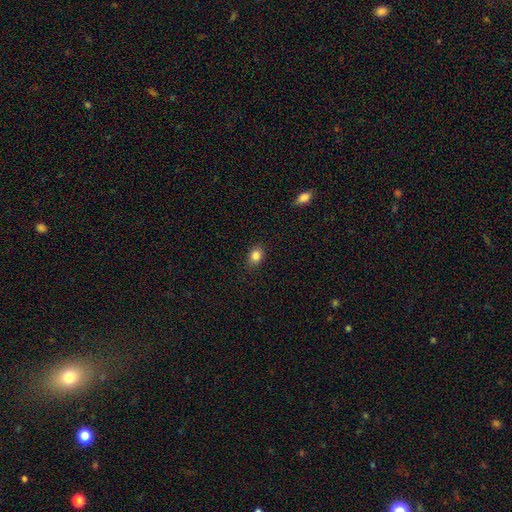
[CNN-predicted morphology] A smooth galaxy with no disk features (85%) that is in between round and cigar-shaped (61%). Merging: none (87%).